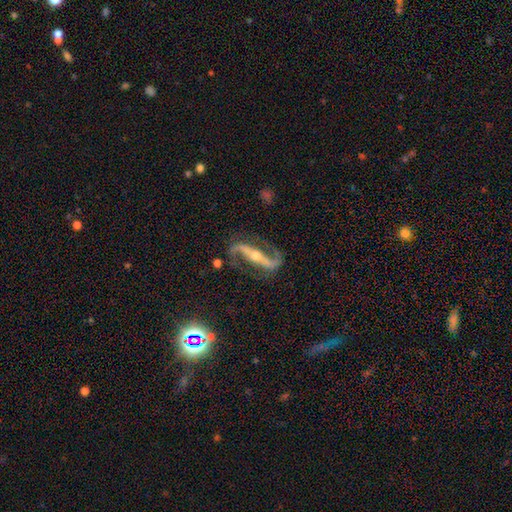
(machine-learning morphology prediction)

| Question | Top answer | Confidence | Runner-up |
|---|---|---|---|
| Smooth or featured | featured or disk | 91% | star or artifact (5%) |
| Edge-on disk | no | 88% | yes (12%) |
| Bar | strong | 68% | no (17%) |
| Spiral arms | yes | 97% | no (3%) |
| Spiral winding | loose | 61% | medium (30%) |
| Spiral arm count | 2 | 94% | 1 (2%) |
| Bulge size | small | 51% | moderate (44%) |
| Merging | none | 80% | minor disturbance (12%) |